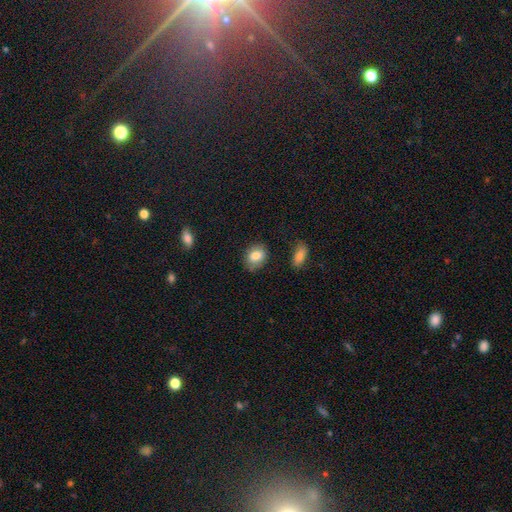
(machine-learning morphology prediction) smooth_or_featured: smooth (p=0.84) [alt: featured or disk p=0.08]
how_rounded: in between (p=0.63) [alt: round p=0.36]
merging: none (p=0.72) [alt: minor disturbance p=0.20]